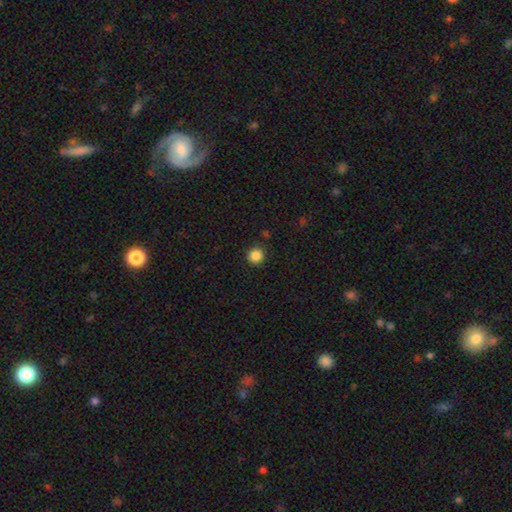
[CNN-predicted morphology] type=smooth (86%); roundness=round (95%); merging=none (90%).